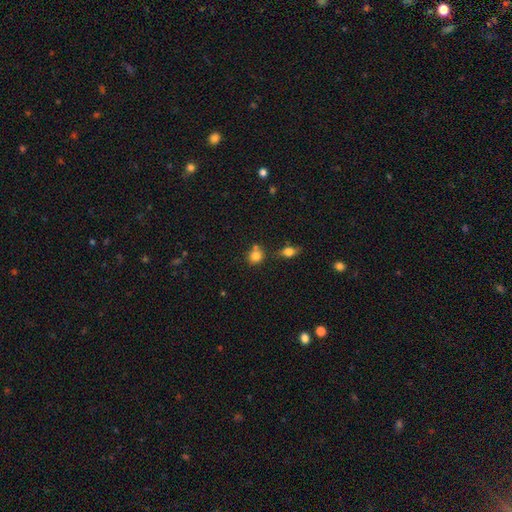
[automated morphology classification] smooth_or_featured: smooth (p=0.81) [alt: star or artifact p=0.11]
how_rounded: round (p=0.81) [alt: in between p=0.18]
merging: none (p=0.59) [alt: merger p=0.24]